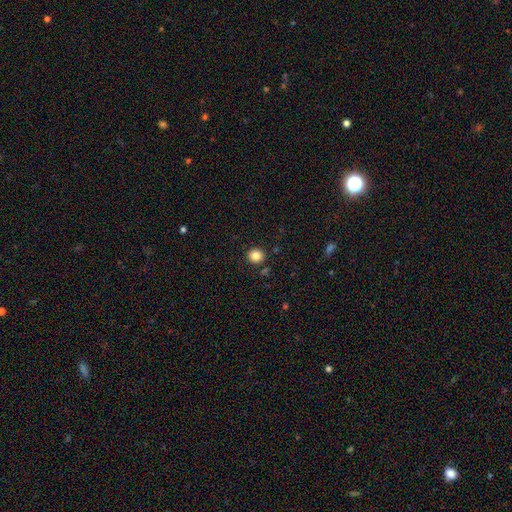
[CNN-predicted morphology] smooth_or_featured: smooth (p=0.84) [alt: star or artifact p=0.11]
how_rounded: round (p=0.87) [alt: in between p=0.12]
merging: none (p=0.90) [alt: minor disturbance p=0.06]